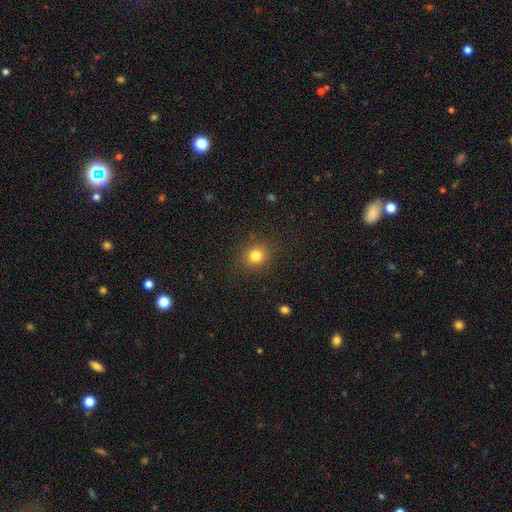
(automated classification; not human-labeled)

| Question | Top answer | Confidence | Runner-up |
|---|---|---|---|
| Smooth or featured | smooth | 81% | star or artifact (13%) |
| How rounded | round | 82% | in between (17%) |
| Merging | none | 88% | minor disturbance (8%) |